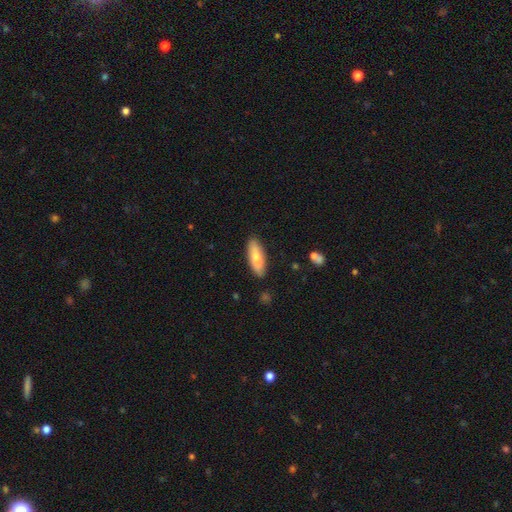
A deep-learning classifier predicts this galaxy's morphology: smooth-or-featured: smooth: 74% | featured or disk: 19% | star or artifact: 6%
  how-rounded: cigar-shaped: 54% | in between: 45% | round: 2%
  merging: none: 82% | minor disturbance: 13% | merger: 3% | major disturbance: 2%